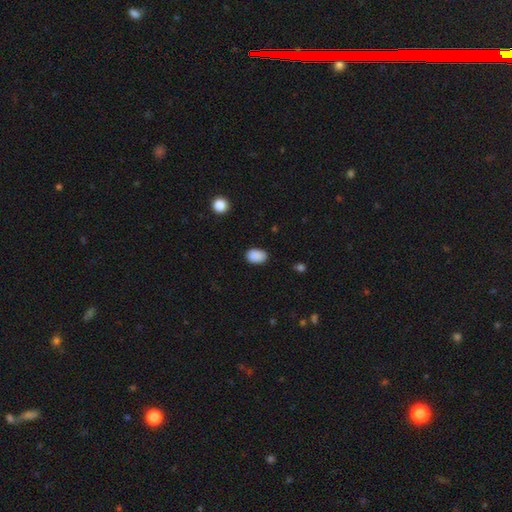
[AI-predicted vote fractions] Overall: smooth (89%). How rounded: in between (82%). Merging: none (82%).